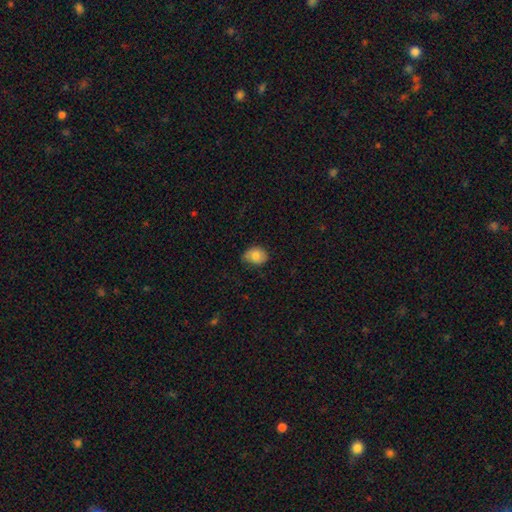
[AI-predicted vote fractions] A smooth galaxy with no disk features (80%) that is in between round and cigar-shaped (59%).

Vote fractions:
- Smooth or featured? smooth: 80% / featured or disk: 12% / star or artifact: 8%
- How rounded? in between: 59% / round: 40% / cigar-shaped: 1%
- Merging? none: 69% / minor disturbance: 26% / major disturbance: 4% / merger: 1%